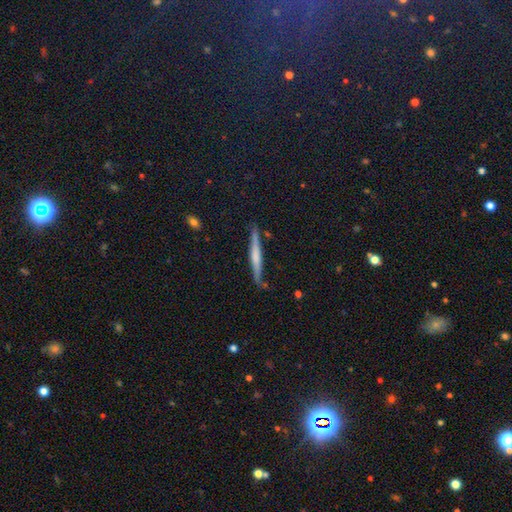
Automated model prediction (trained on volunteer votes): Smooth or featured?
  - featured or disk: 51% *
  - smooth: 43%
  - star or artifact: 6%
Edge-on disk?
  - yes: 96% *
  - no: 4%
Merging?
  - none: 82% *
  - minor disturbance: 13%
  - major disturbance: 2%
  - merger: 2%